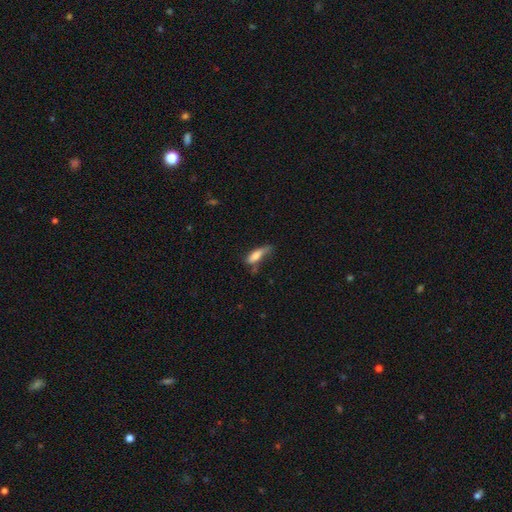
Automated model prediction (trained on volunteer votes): Smooth or featured? Predicted: smooth (p=0.75). How rounded? Predicted: cigar-shaped (p=0.50). Merging? Predicted: none (p=0.38).